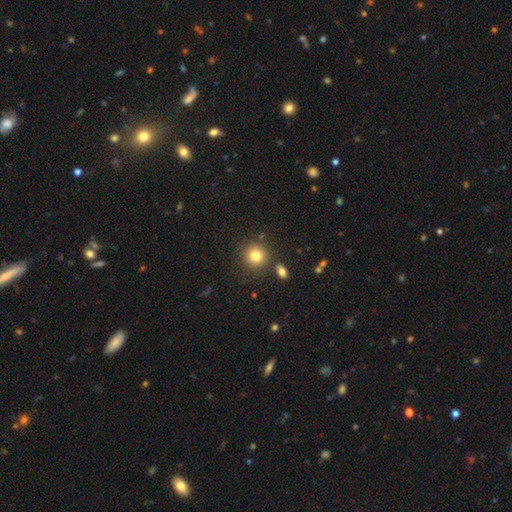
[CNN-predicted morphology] Overall: smooth (81%). How rounded: round (91%). Merging: none (82%).